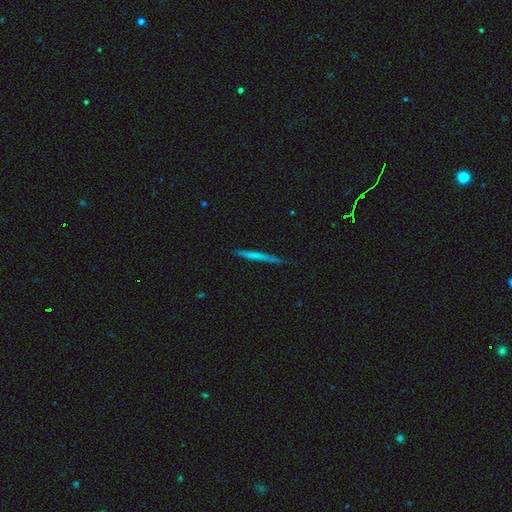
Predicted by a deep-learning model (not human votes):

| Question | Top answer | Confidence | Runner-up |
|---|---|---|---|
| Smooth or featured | smooth | 55% | featured or disk (38%) |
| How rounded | cigar-shaped | 96% | in between (2%) |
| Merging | none | 87% | minor disturbance (10%) |